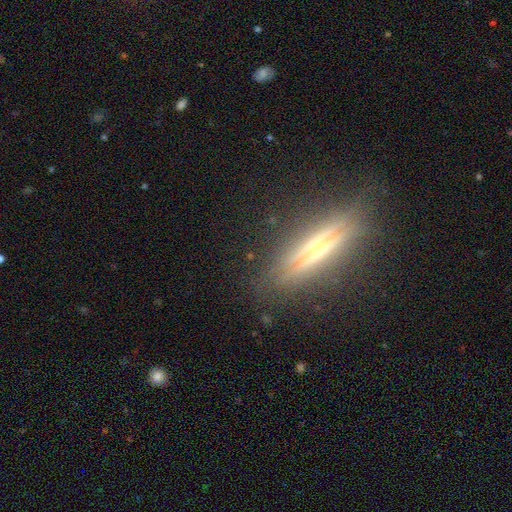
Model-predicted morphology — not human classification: Smooth or featured: featured or disk — 48% (smooth — 41%)
Merging: none — 82% (minor disturbance — 13%)